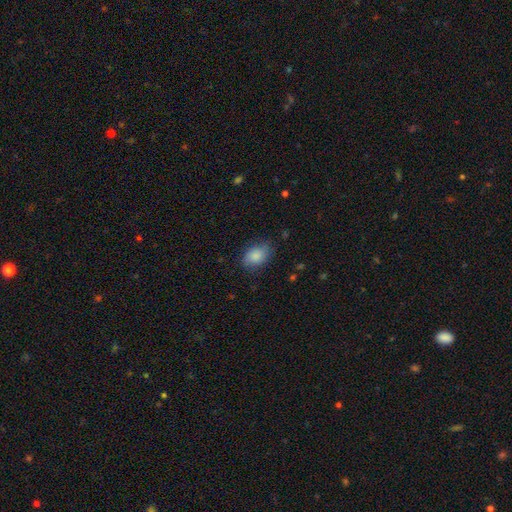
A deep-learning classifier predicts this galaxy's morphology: Q: Smooth or featured?
A: smooth (83%); runner-up: featured or disk (9%)
Q: How rounded?
A: in between (78%); runner-up: round (21%)
Q: Merging?
A: none (74%); runner-up: minor disturbance (19%)